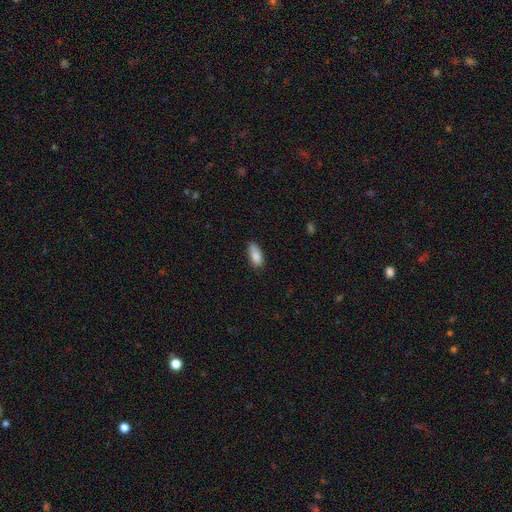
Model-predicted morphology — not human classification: Smooth or featured?
  - smooth: 87% *
  - star or artifact: 7%
  - featured or disk: 6%
How rounded?
  - in between: 84% *
  - cigar-shaped: 14%
  - round: 2%
Merging?
  - none: 73% *
  - minor disturbance: 22%
  - major disturbance: 4%
  - merger: 2%